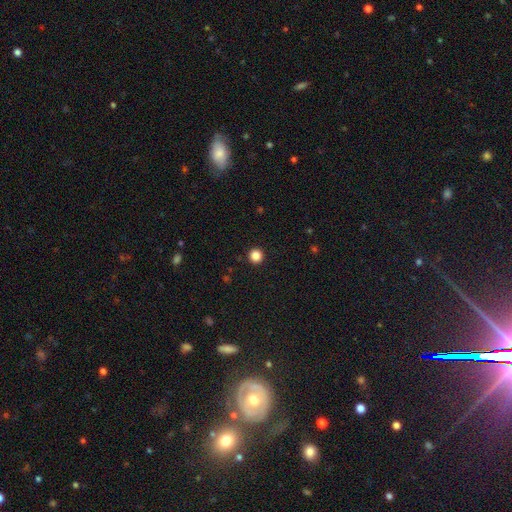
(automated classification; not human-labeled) Q: Smooth or featured?
A: smooth (86%); runner-up: star or artifact (11%)
Q: How rounded?
A: round (96%); runner-up: in between (3%)
Q: Merging?
A: none (94%); runner-up: minor disturbance (4%)